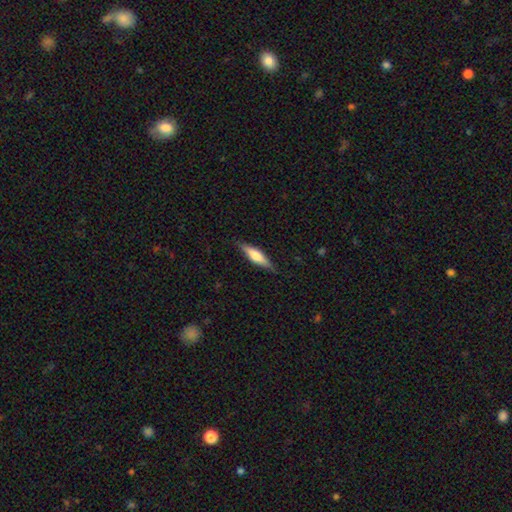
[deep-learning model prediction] Q: Smooth or featured?
A: featured or disk (49%); runner-up: smooth (45%)
Q: Merging?
A: none (86%); runner-up: minor disturbance (10%)